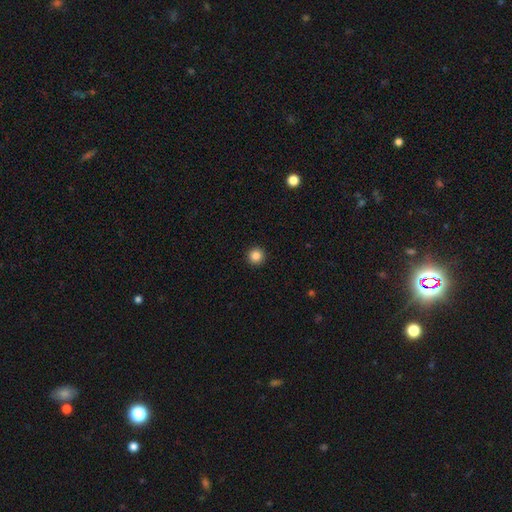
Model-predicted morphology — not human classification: type=smooth (86%); roundness=round (96%); merging=none (94%).